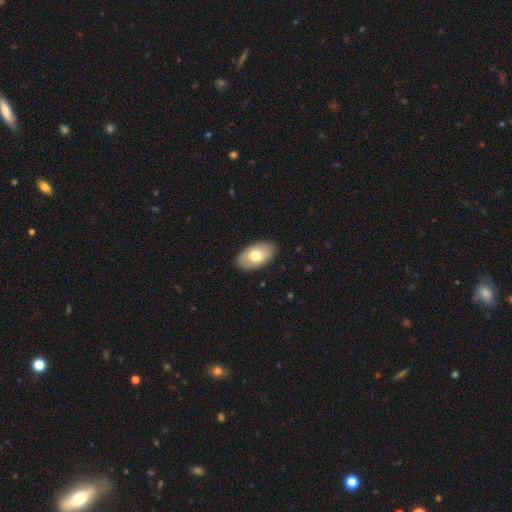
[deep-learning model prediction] This appears to be a smooth galaxy with no disk features (72%) that is in between round and cigar-shaped (94%). Merging: none (87%).